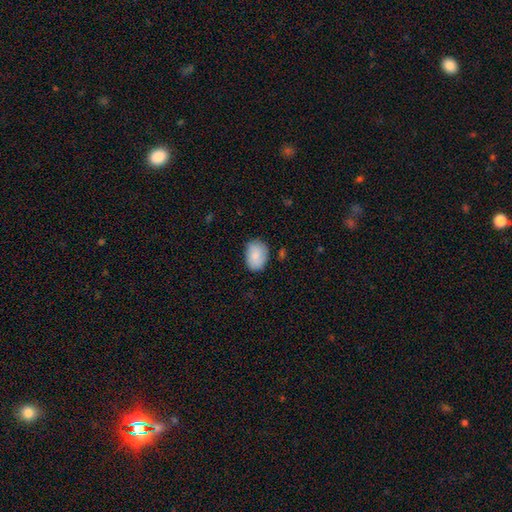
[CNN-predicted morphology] smooth-or-featured: smooth: 86% | featured or disk: 7% | star or artifact: 6%
  how-rounded: in between: 75% | round: 24% | cigar-shaped: 1%
  merging: none: 75% | minor disturbance: 19% | major disturbance: 4% | merger: 2%